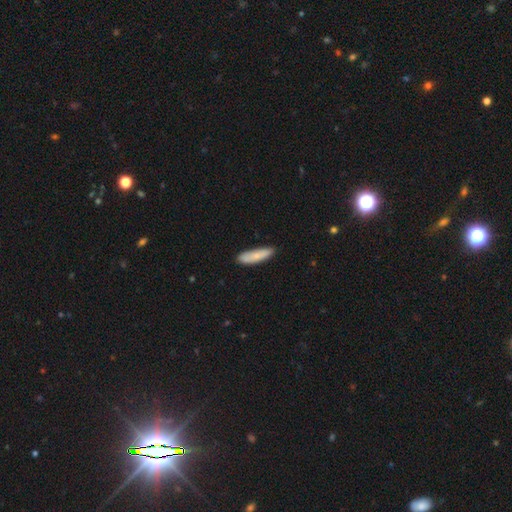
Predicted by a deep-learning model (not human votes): A smooth galaxy with no disk features (80%) that is cigar-shaped (65%).

Vote fractions:
- Smooth or featured? smooth: 80% / featured or disk: 14% / star or artifact: 6%
- How rounded? cigar-shaped: 65% / in between: 33% / round: 2%
- Merging? none: 83% / minor disturbance: 13% / major disturbance: 2% / merger: 1%